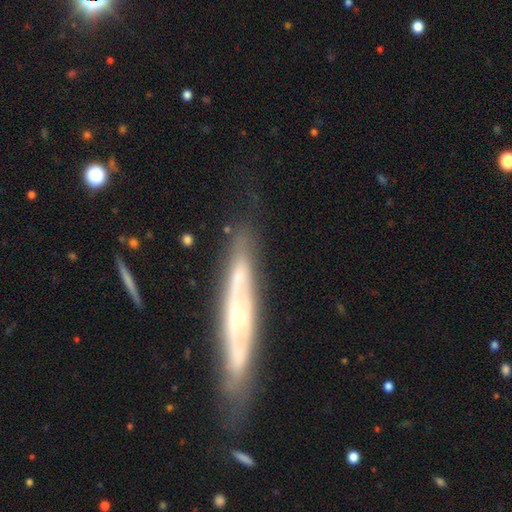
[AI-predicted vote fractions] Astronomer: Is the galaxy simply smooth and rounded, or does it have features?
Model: featured or disk — 72%.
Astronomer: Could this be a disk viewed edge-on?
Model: yes — 64%.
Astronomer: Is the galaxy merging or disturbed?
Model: none — 71%.